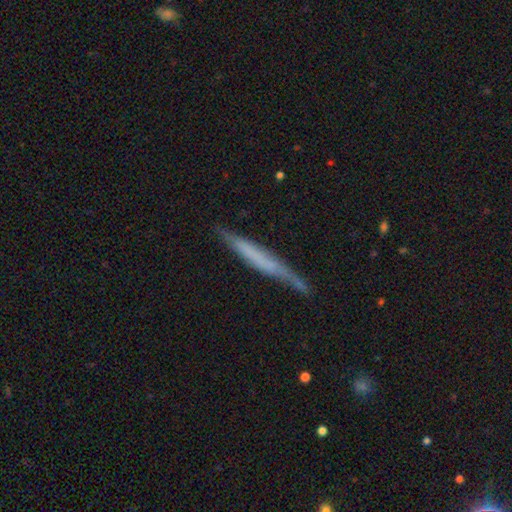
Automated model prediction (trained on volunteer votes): Smooth or featured: featured or disk — 53% (smooth — 40%)
Edge-on disk: yes — 91% (no — 9%)
Merging: none — 72% (minor disturbance — 21%)